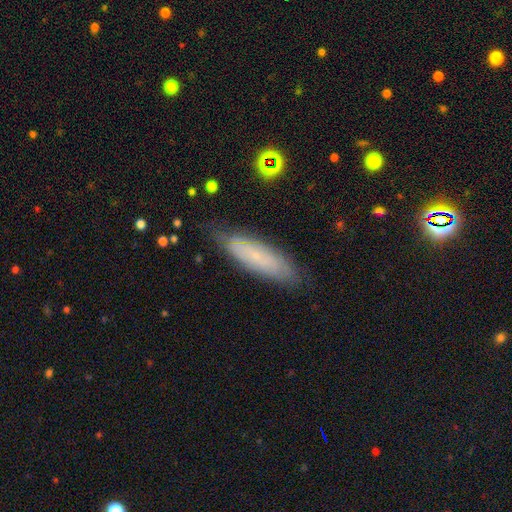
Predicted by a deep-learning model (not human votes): Smooth or featured? Predicted: smooth (p=0.54). How rounded? Predicted: cigar-shaped (p=0.59). Merging? Predicted: none (p=0.75).